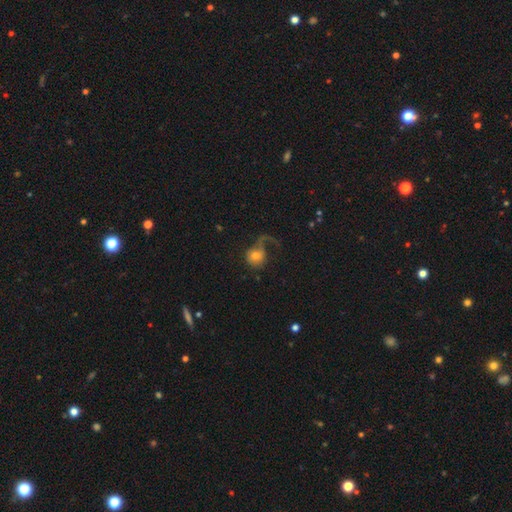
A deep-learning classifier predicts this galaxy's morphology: This appears to be a smooth galaxy with no disk features (58%) that is round (74%). Merging: major disturbance (56%).